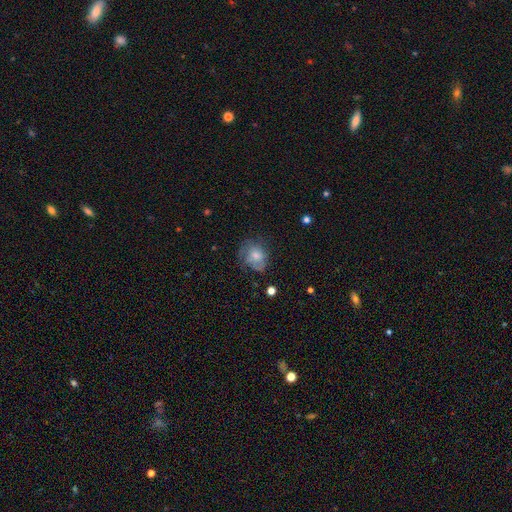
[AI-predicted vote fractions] Q: Smooth or featured?
A: smooth (58%); runner-up: featured or disk (32%)
Q: How rounded?
A: round (55%); runner-up: in between (44%)
Q: Merging?
A: none (51%); runner-up: minor disturbance (28%)